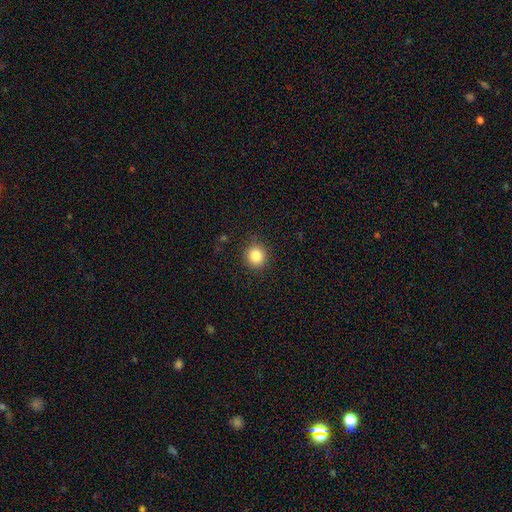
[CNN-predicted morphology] Smooth or featured?
  - smooth: 84% *
  - star or artifact: 11%
  - featured or disk: 5%
How rounded?
  - round: 91% *
  - in between: 8%
  - cigar-shaped: 1%
Merging?
  - none: 90% *
  - minor disturbance: 7%
  - major disturbance: 2%
  - merger: 1%